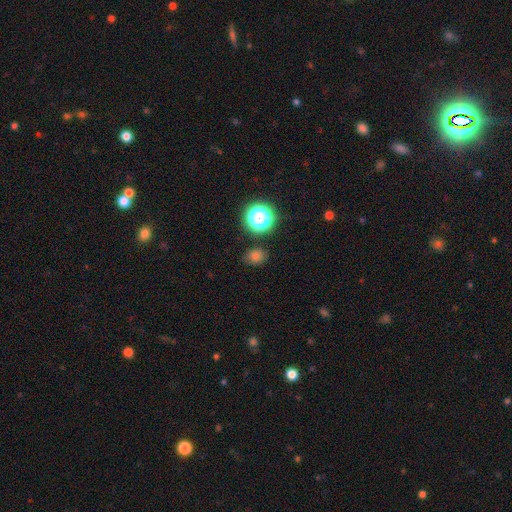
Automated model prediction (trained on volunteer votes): smooth_or_featured: smooth (p=0.69) [alt: star or artifact p=0.24]
how_rounded: round (p=0.58) [alt: in between p=0.41]
merging: none (p=0.83) [alt: minor disturbance p=0.11]